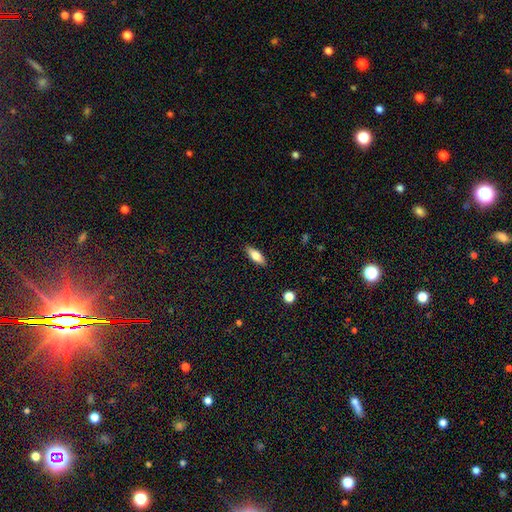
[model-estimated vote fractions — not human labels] Q: Smooth or featured?
A: smooth (74%); runner-up: featured or disk (20%)
Q: How rounded?
A: in between (66%); runner-up: cigar-shaped (32%)
Q: Merging?
A: none (88%); runner-up: minor disturbance (9%)